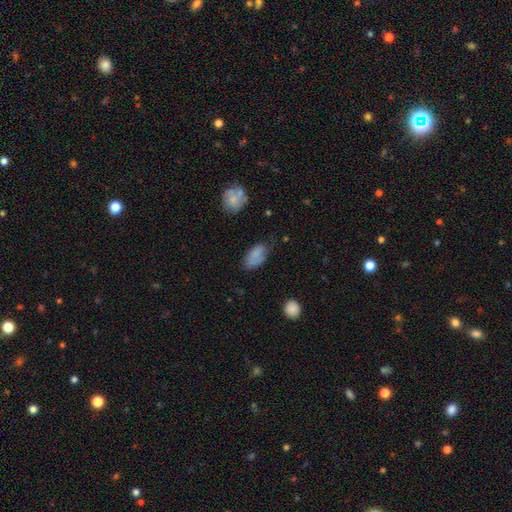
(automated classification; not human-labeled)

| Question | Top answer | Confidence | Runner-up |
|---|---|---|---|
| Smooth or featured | smooth | 81% | featured or disk (11%) |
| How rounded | in between | 93% | round (4%) |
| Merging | none | 55% | minor disturbance (32%) |